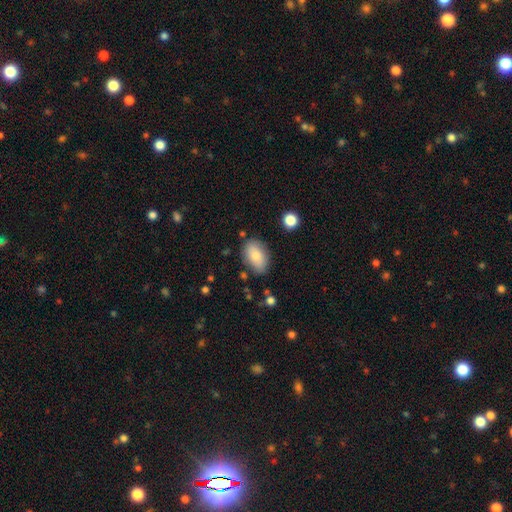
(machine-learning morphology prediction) The model was most divided on "merging": none: 76%, minor disturbance: 17%, major disturbance: 4%, merger: 3%. More confident: how rounded — in between (90%); smooth or featured — smooth (81%).